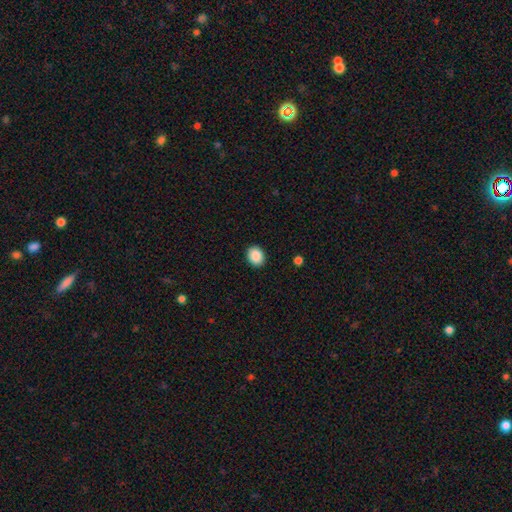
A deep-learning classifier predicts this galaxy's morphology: This appears to be a smooth galaxy with no disk features (88%) that is round (51%). Merging: none (91%).